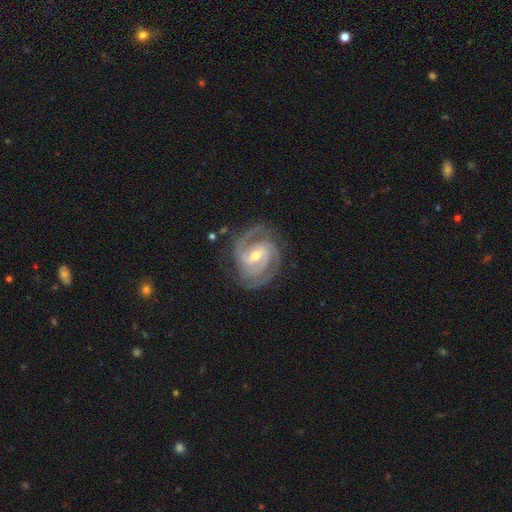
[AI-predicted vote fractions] Smooth or featured? Predicted: featured or disk (p=0.92). Edge-on disk? Predicted: no (p=0.98). Bar? Predicted: weak (p=0.49). Spiral arms? Predicted: yes (p=0.98). Spiral winding? Predicted: tight (p=0.55). Spiral arm count? Predicted: 2 (p=0.46). Bulge size? Predicted: moderate (p=0.57). Merging? Predicted: none (p=0.77).